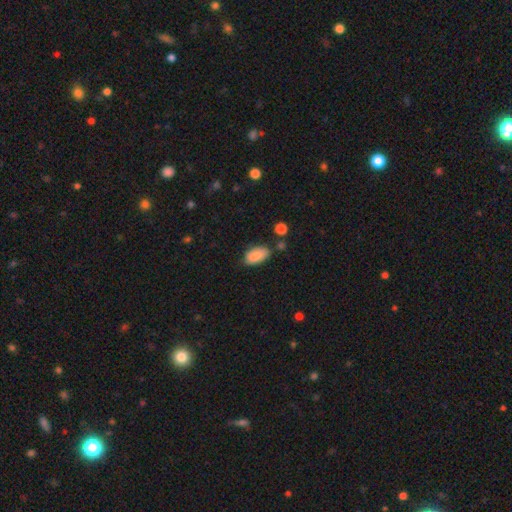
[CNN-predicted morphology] smooth 86%, star or artifact 7%, featured or disk 7%. Down the decision tree: how rounded — in between (93%); merging — none (64%).